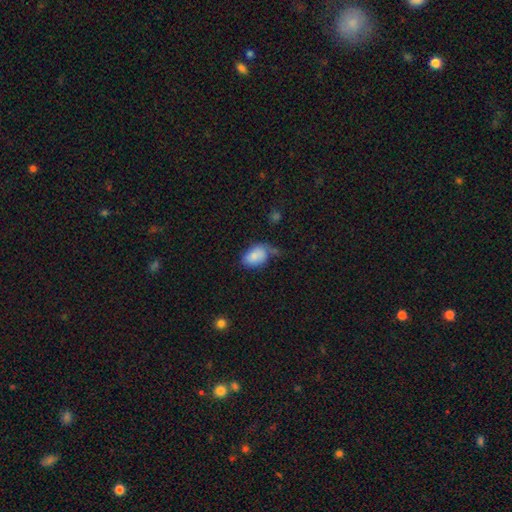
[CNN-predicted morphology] smooth_or_featured: smooth (p=0.81) [alt: featured or disk p=0.11]
how_rounded: in between (p=0.90) [alt: round p=0.09]
merging: none (p=0.42) [alt: minor disturbance p=0.33]